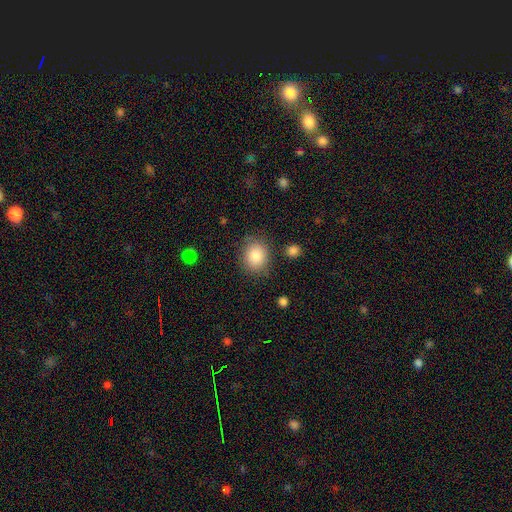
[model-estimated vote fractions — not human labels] Morphology: type=smooth (85%); roundness=round (63%); merging=none (80%).